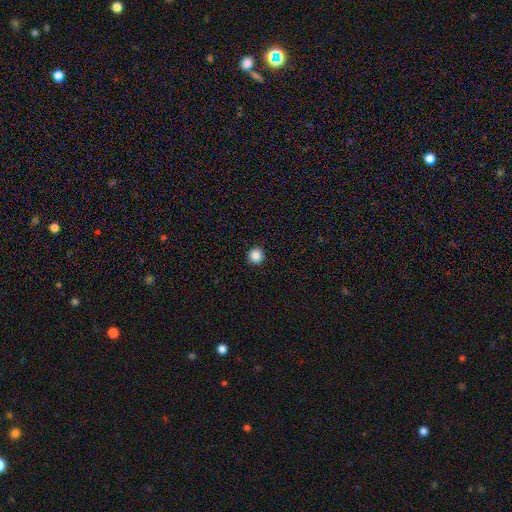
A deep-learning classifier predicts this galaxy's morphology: A smooth galaxy with no disk features (87%) that is round (95%).

Vote fractions:
- Smooth or featured? smooth: 87% / star or artifact: 10% / featured or disk: 2%
- How rounded? round: 95% / in between: 4% / cigar-shaped: 1%
- Merging? none: 93% / minor disturbance: 5% / major disturbance: 2% / merger: 1%